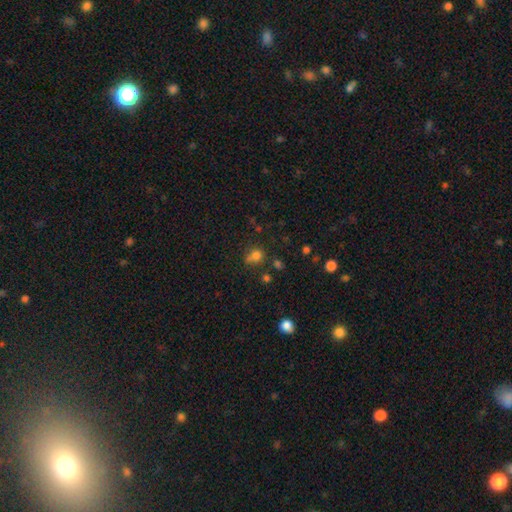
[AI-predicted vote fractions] The model was most divided on "merging": none: 50%, minor disturbance: 23%, merger: 17%, major disturbance: 11%. More confident: smooth or featured — smooth (74%); how rounded — round (69%).